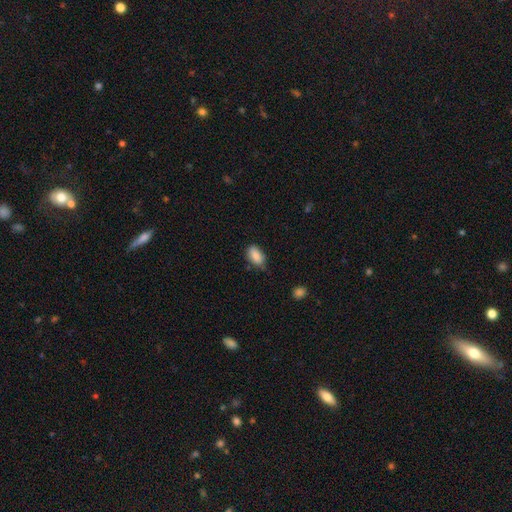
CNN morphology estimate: Q: Smooth or featured?
A: smooth (86%); runner-up: star or artifact (8%)
Q: How rounded?
A: in between (92%); runner-up: round (6%)
Q: Merging?
A: none (72%); runner-up: minor disturbance (22%)